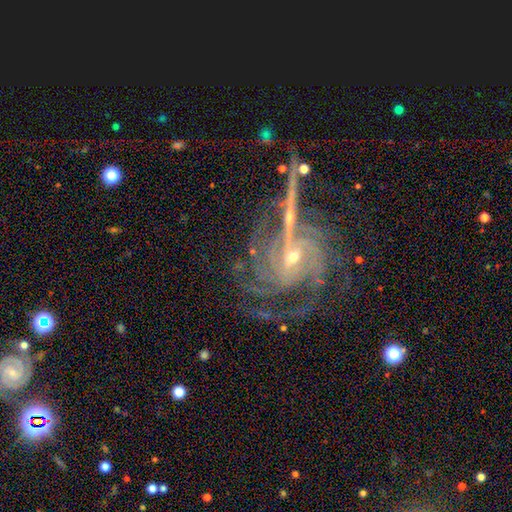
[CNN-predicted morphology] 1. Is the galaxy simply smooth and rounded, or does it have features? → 83% featured or disk, 12% star or artifact, 5% smooth.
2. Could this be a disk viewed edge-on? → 96% no, 4% yes.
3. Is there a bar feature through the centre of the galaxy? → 51% no, 33% weak, 17% strong.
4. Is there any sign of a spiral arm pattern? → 96% yes, 4% no.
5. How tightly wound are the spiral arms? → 54% tight, 35% medium, 11% loose.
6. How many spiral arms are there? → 25% can't tell, 21% 4, 21% 3, 13% more than 4, 13% 2, 8% 1.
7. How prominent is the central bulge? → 70% small, 26% moderate, 2% none, 2% large, 1% dominant.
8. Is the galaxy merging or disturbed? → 57% none, 19% major disturbance, 17% minor disturbance, 7% merger.